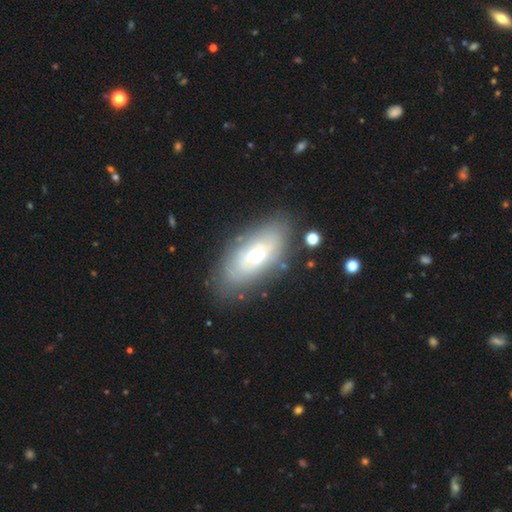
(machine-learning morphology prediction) A featured or disk galaxy (51%).

Vote fractions:
- Smooth or featured? featured or disk: 51% / smooth: 41% / star or artifact: 8%
- Edge-on disk? no: 84% / yes: 16%
- Merging? none: 75% / minor disturbance: 16% / major disturbance: 6% / merger: 3%